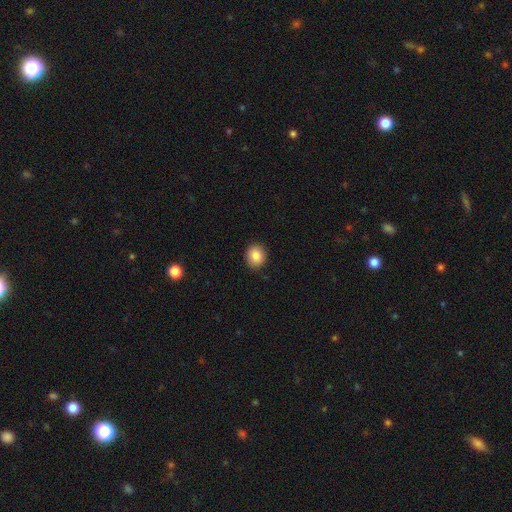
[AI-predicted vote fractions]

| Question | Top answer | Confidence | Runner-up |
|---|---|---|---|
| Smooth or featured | smooth | 87% | star or artifact (9%) |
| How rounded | round | 74% | in between (26%) |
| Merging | none | 90% | minor disturbance (8%) |